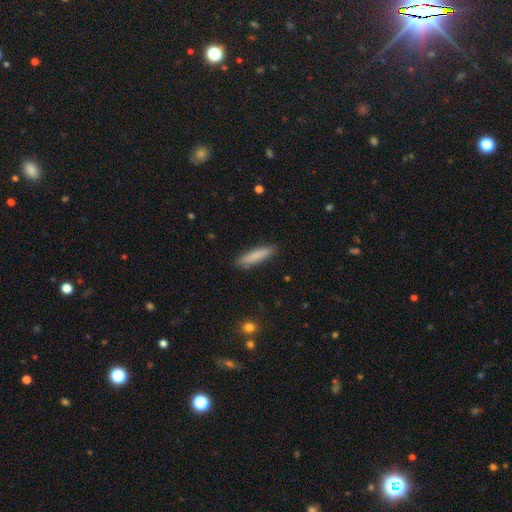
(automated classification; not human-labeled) This appears to be a smooth galaxy with no disk features (84%) that is cigar-shaped (84%). Merging: none (89%).